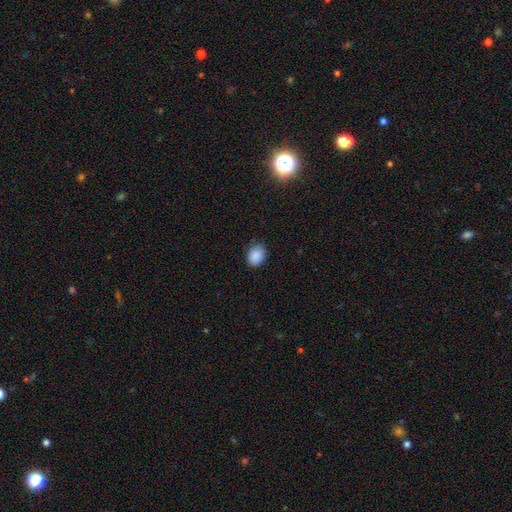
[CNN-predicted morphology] A smooth galaxy with no disk features (89%) that is in between round and cigar-shaped (55%). Merging: none (80%).